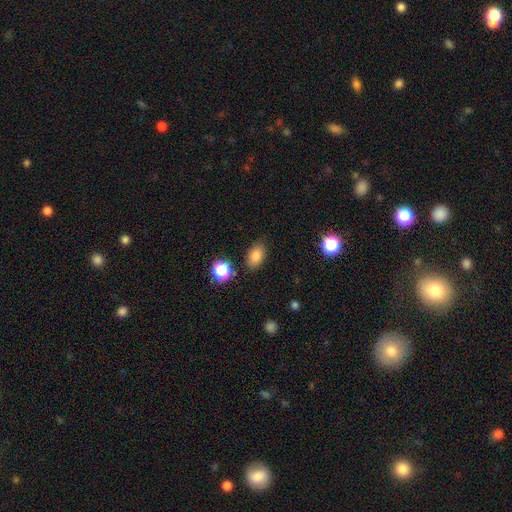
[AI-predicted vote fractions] This is clearly a smooth galaxy (83%). How rounded: clearly in between (87%). Merging: clearly none (83%).